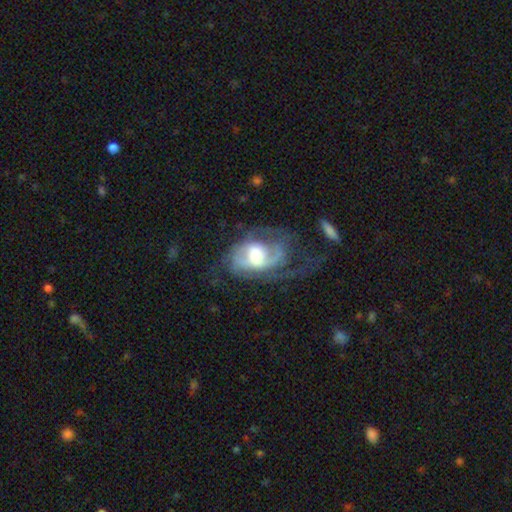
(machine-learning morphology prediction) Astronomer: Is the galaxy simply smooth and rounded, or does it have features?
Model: featured or disk — 75%.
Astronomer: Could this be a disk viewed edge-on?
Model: no — 96%.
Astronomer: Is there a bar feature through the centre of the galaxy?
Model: weak — 43% (runner-up: no, 41%).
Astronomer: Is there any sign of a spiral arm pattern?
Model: yes — 85%.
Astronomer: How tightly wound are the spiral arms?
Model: medium — 45% (runner-up: loose, 30%).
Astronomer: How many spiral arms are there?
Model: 2 — 46% (runner-up: can't tell, 22%).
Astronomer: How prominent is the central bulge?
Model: moderate — 48% (runner-up: large, 35%).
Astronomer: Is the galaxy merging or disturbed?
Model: major disturbance — 42% (runner-up: none, 34%).